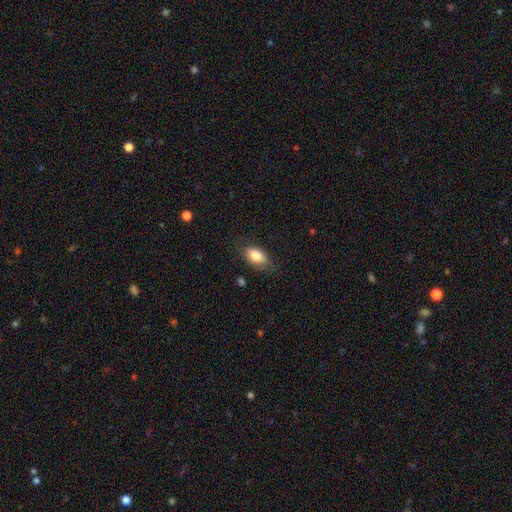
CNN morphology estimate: type=smooth (84%); roundness=in between (90%); merging=none (77%).